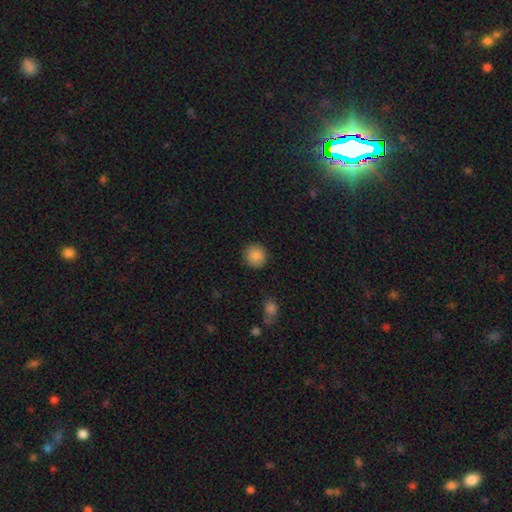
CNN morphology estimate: Overall: smooth (87%). How rounded: round (91%). Merging: none (89%).